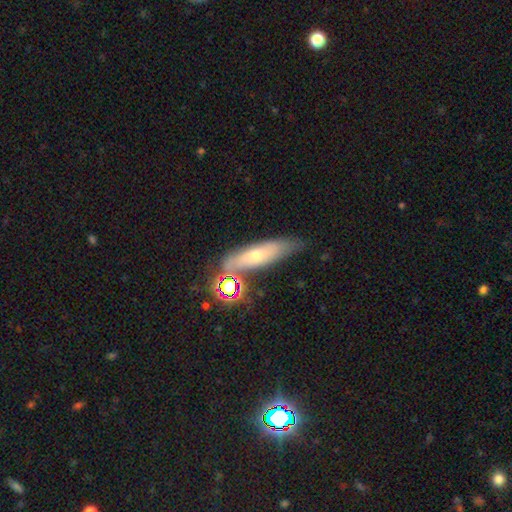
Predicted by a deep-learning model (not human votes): Morphology: type=smooth (49%); merging=none (64%).